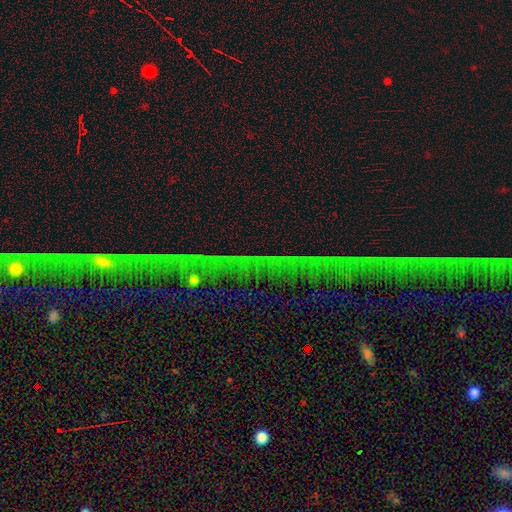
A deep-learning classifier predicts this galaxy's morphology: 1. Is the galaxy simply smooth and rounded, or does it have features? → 81% star or artifact, 12% featured or disk, 8% smooth.